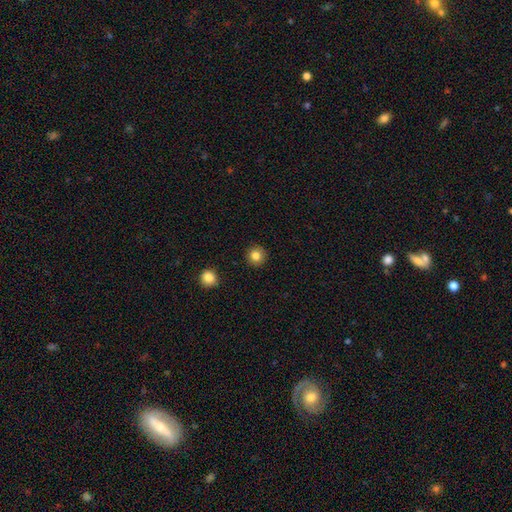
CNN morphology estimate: This appears to be a smooth galaxy with no disk features (83%) that is round (93%). Merging: none (91%).